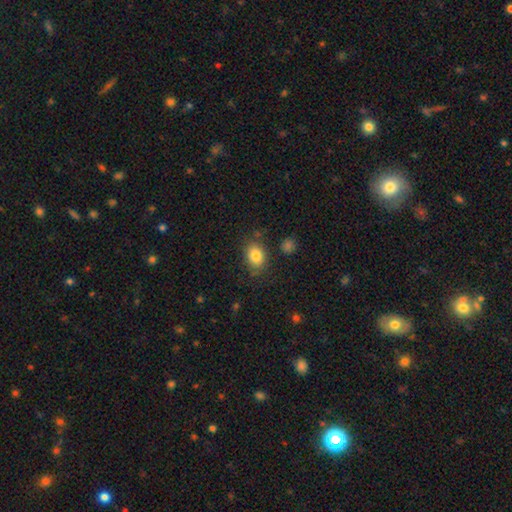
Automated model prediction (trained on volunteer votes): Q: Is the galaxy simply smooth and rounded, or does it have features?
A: smooth — 83%.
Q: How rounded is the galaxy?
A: in between — 67%.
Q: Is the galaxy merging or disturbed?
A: none — 77%.